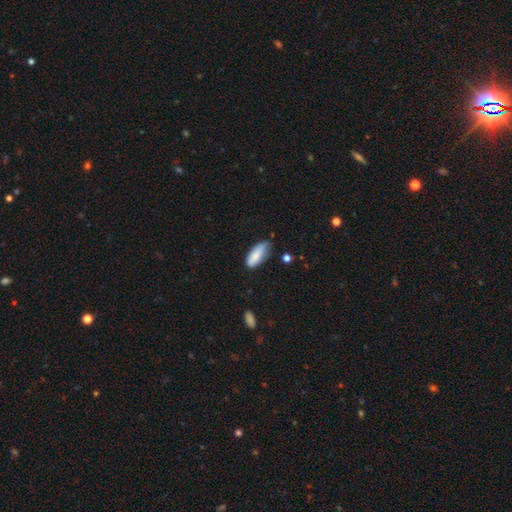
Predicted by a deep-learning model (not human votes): A smooth galaxy with no disk features (84%) that is in between round and cigar-shaped (77%). Merging: none (59%).